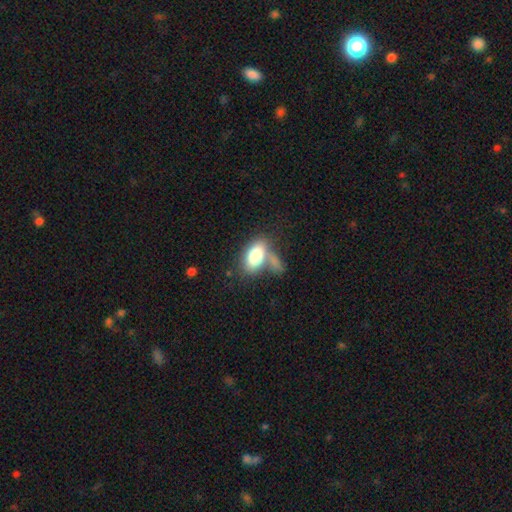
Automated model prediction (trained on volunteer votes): smooth-or-featured: smooth: 78% | featured or disk: 15% | star or artifact: 7%
  how-rounded: in between: 91% | round: 5% | cigar-shaped: 3%
  merging: none: 38% | merger: 32% | minor disturbance: 17% | major disturbance: 13%